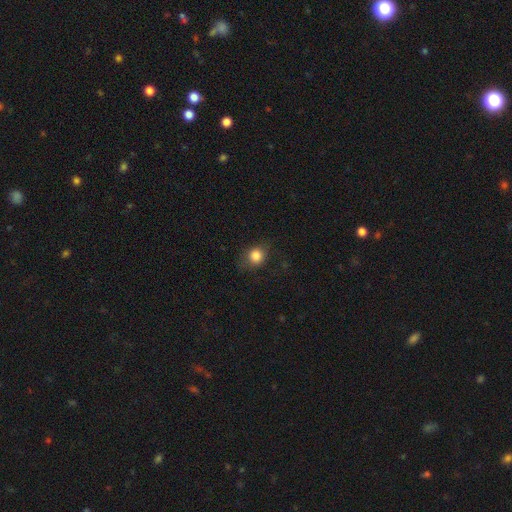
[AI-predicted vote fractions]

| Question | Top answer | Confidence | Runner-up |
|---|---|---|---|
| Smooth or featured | smooth | 83% | star or artifact (11%) |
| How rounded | round | 79% | in between (20%) |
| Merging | none | 77% | minor disturbance (16%) |